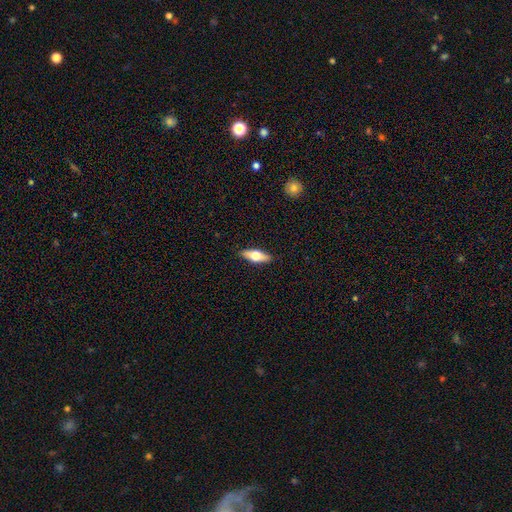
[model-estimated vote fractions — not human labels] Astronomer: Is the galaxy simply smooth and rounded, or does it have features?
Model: smooth — 56% (runner-up: featured or disk, 38%).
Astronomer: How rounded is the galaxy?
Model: in between — 65%.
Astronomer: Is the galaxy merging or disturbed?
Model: none — 89%.